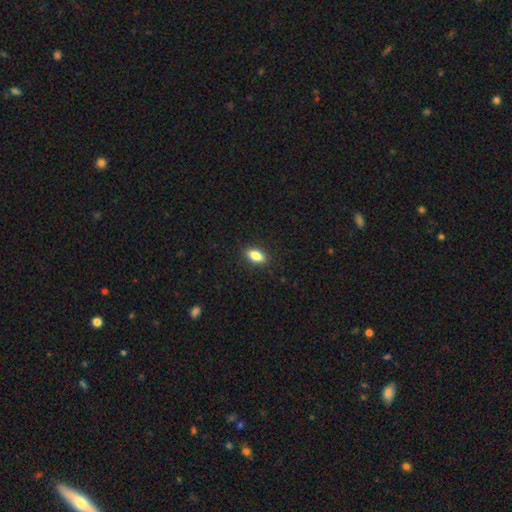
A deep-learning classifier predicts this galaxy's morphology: smooth-or-featured: smooth: 84% | featured or disk: 9% | star or artifact: 8%
  how-rounded: in between: 86% | cigar-shaped: 9% | round: 5%
  merging: none: 89% | minor disturbance: 8% | major disturbance: 2% | merger: 1%